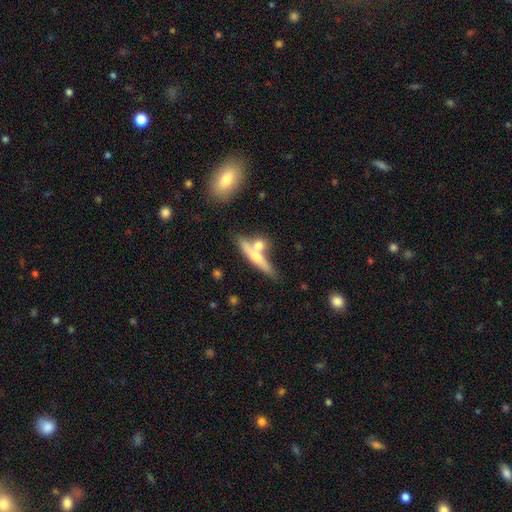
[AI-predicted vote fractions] Overall: smooth (50%; featured or disk 43%). Merging: none (49%; merger 34%).